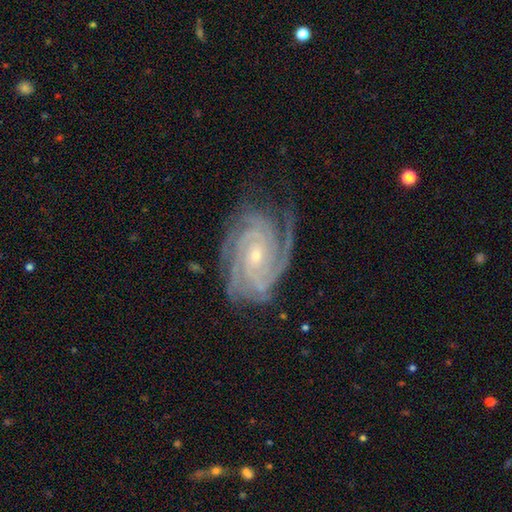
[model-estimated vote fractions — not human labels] featured or disk 91%, star or artifact 5%, smooth 3%. Down the decision tree: edge-on disk — no (97%); bar — no (64%); spiral arms — yes (99%); spiral arm count — 4 (33%); spiral winding — tight (79%); bulge size — small (73%); merging — none (75%).